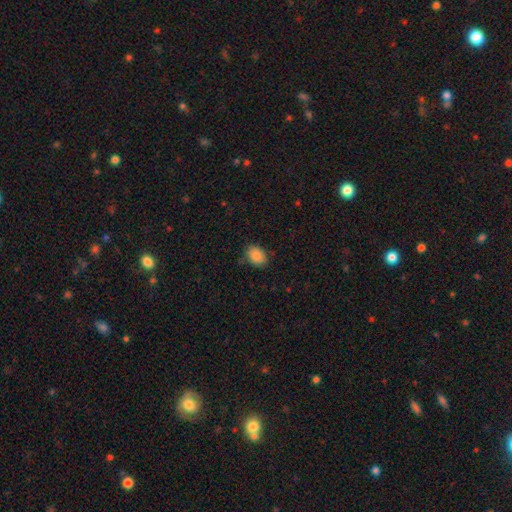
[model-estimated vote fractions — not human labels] Smooth or featured? Predicted: smooth (p=0.86). How rounded? Predicted: in between (p=0.67). Merging? Predicted: none (p=0.78).